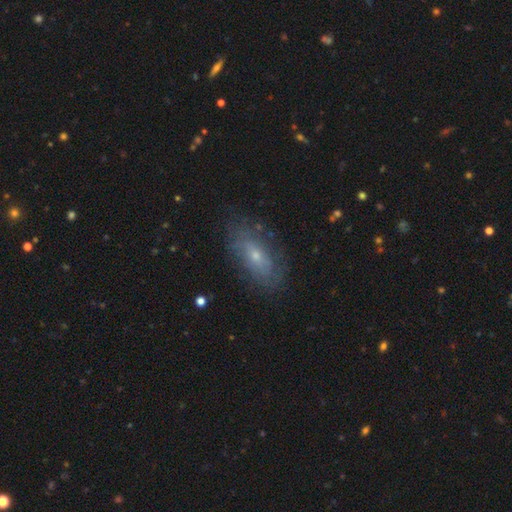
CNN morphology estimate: Smooth or featured? Predicted: featured or disk (p=0.50). Merging? Predicted: none (p=0.76).